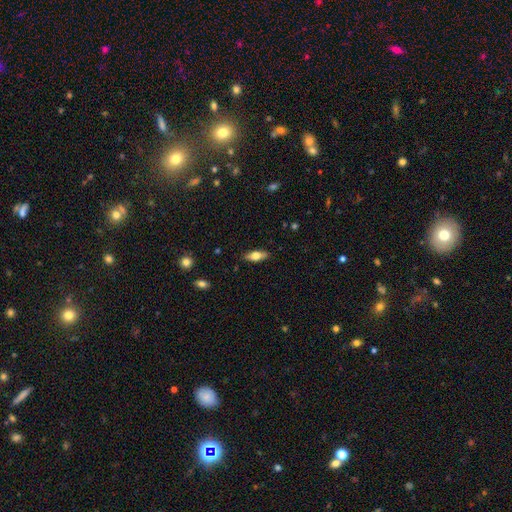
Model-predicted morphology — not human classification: The model was most divided on "smooth or featured": smooth: 58%, featured or disk: 35%, star or artifact: 7%. More confident: merging — none (87%); how rounded — in between (69%).